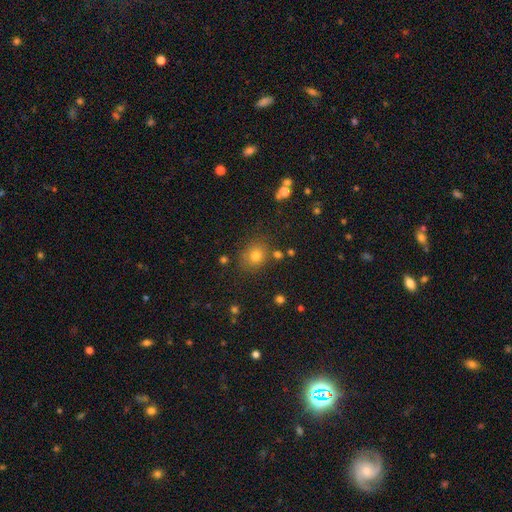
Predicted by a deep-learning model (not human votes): The model was most divided on "how rounded": round: 65%, in between: 34%, cigar-shaped: 1%. More confident: merging — none (81%); smooth or featured — smooth (74%).